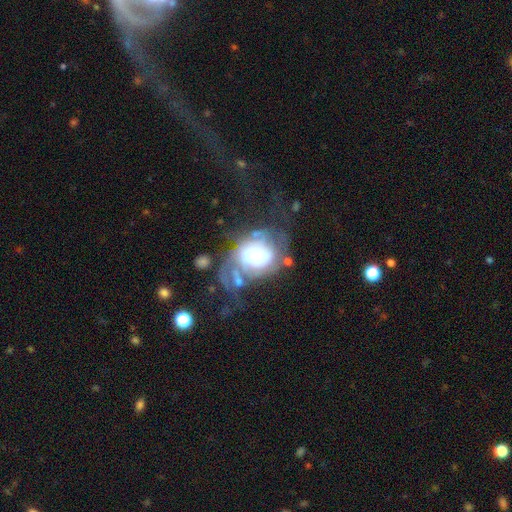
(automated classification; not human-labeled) smooth_or_featured: featured or disk (p=0.60) [alt: smooth p=0.29]
disk_edge_on: no (p=0.96) [alt: yes p=0.04]
bar: no (p=0.59) [alt: weak p=0.26]
has_spiral_arms: yes (p=0.64) [alt: no p=0.36]
bulge_size: large (p=0.46) [alt: dominant p=0.23]
merging: major disturbance (p=0.43) [alt: none p=0.25]